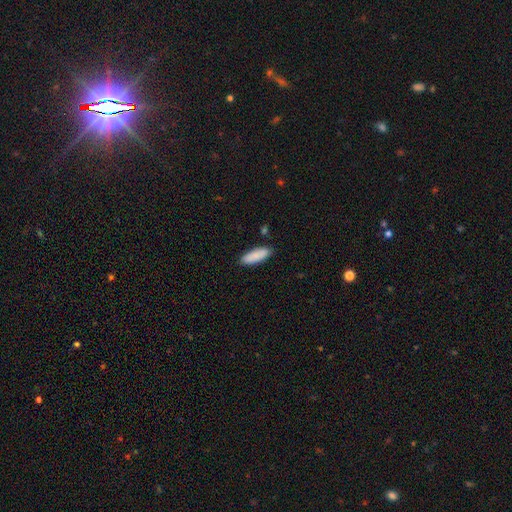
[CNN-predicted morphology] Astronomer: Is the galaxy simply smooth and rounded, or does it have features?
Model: smooth — 85%.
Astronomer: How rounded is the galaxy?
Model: in between — 62%.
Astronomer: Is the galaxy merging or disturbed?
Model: none — 86%.